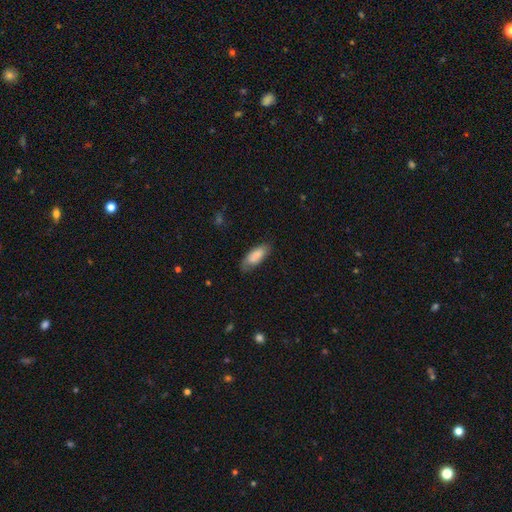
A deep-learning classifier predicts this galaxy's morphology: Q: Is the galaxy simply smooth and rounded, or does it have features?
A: smooth — 83%.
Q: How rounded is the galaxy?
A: in between — 77%.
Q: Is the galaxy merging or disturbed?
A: none — 68%.